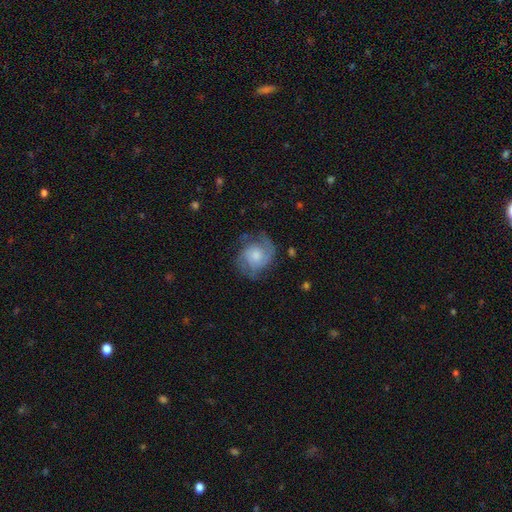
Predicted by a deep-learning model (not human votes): Smooth or featured? featured or disk (72%)
Edge-on disk? no (98%)
Bar? no (71%)
Spiral arms? yes (92%)
Spiral winding? tight (44%)
Spiral arm count? 2 (58%)
Bulge size? moderate (46%)
Merging? none (65%)